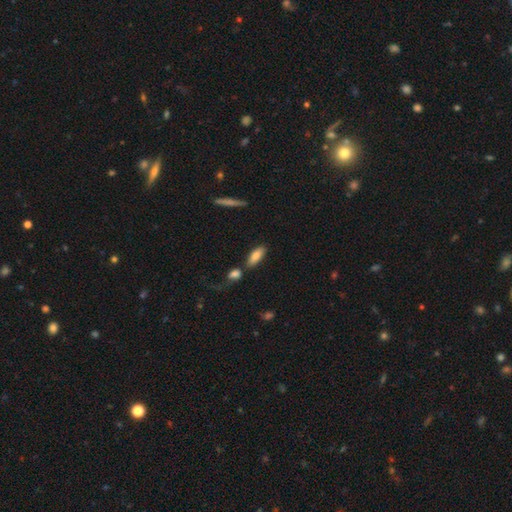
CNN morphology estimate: type=smooth (80%); roundness=in between (75%); merging=none (69%).